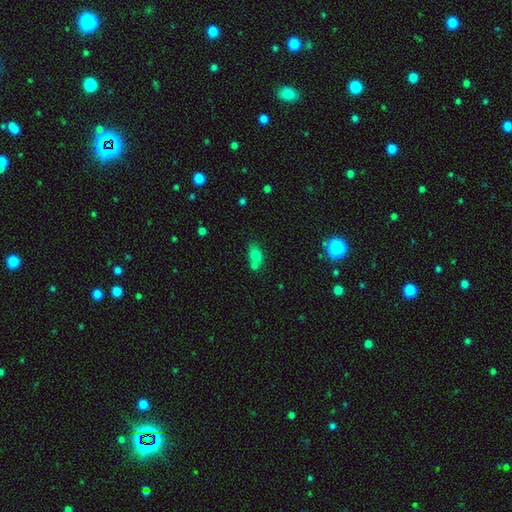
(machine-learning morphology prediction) The model was most divided on "merging": merger: 44%, none: 39%, minor disturbance: 12%, major disturbance: 5%. More confident: smooth or featured — smooth (73%); how rounded — in between (71%).